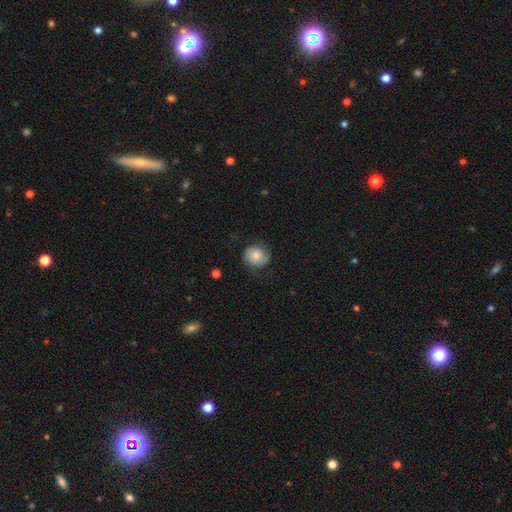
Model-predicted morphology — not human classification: type=smooth (65%); roundness=round (79%); merging=none (67%).